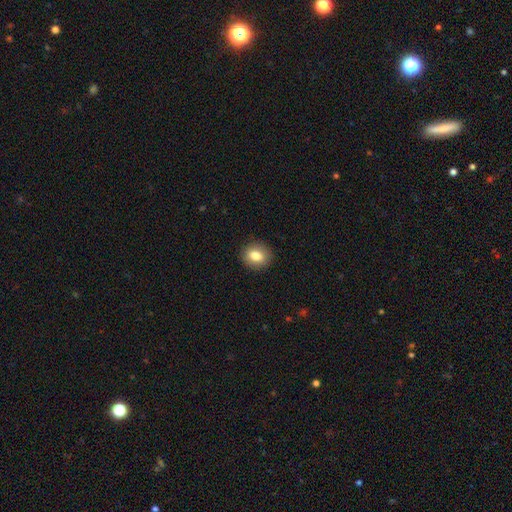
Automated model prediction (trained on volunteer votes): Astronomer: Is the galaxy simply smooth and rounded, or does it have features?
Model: smooth — 82%.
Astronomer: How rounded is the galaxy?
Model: round — 62% (runner-up: in between, 37%).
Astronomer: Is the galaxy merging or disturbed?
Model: none — 90%.